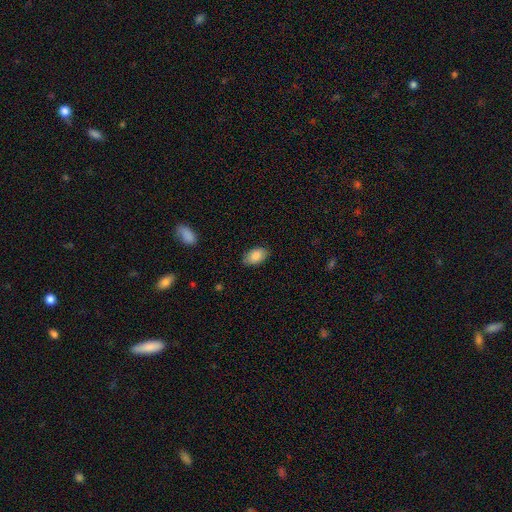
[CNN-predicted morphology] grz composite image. It shows a smooth galaxy with no disk features (86%) that is in between round and cigar-shaped (92%). Merging: none (85%).